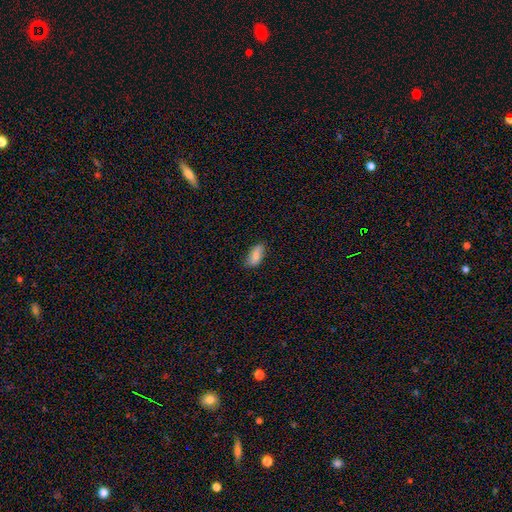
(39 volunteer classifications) Smooth or featured? smooth (87%)
How rounded? in between (85%)
Merging? none (82%)